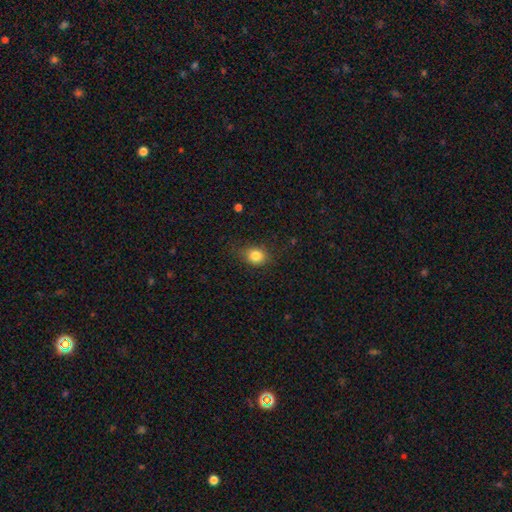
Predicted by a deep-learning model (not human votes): This appears to be a smooth galaxy with no disk features (83%) that is round (58%). Merging: none (76%).